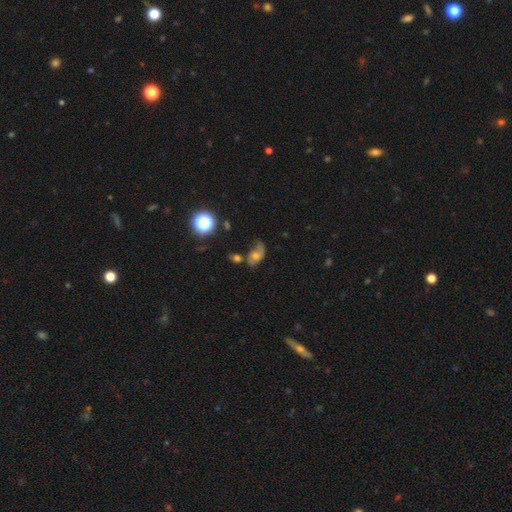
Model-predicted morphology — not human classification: The model was most divided on "merging": none: 34%, minor disturbance: 29%, major disturbance: 22%, merger: 15%. Remaining: smooth or featured — smooth (45%).